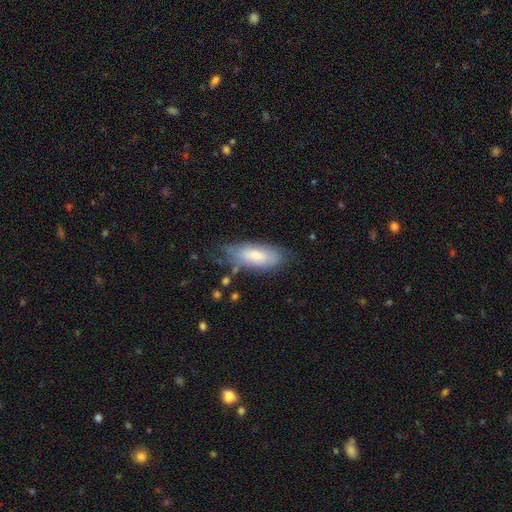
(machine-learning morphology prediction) Smooth or featured?
  - smooth: 69% *
  - featured or disk: 25%
  - star or artifact: 6%
How rounded?
  - in between: 83% *
  - cigar-shaped: 15%
  - round: 2%
Merging?
  - none: 61% *
  - minor disturbance: 27%
  - major disturbance: 9%
  - merger: 3%